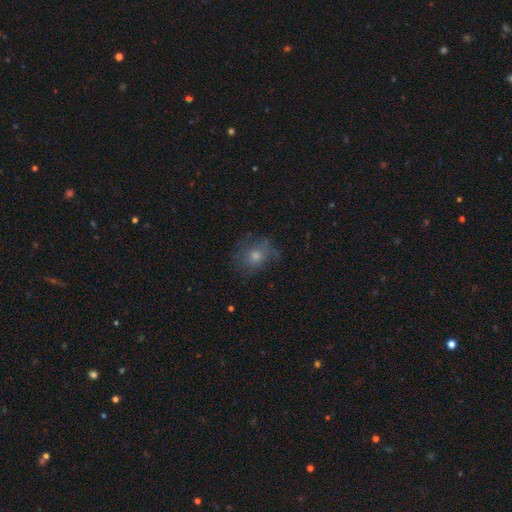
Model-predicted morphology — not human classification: type=smooth (54%); roundness=round (66%); merging=none (65%).